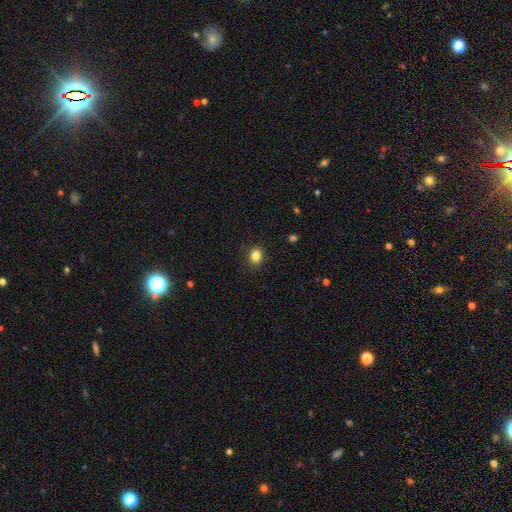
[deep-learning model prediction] Smooth or featured?
  - smooth: 84% *
  - star or artifact: 11%
  - featured or disk: 5%
How rounded?
  - round: 68% *
  - in between: 31%
  - cigar-shaped: 1%
Merging?
  - none: 90% *
  - minor disturbance: 7%
  - major disturbance: 2%
  - merger: 1%